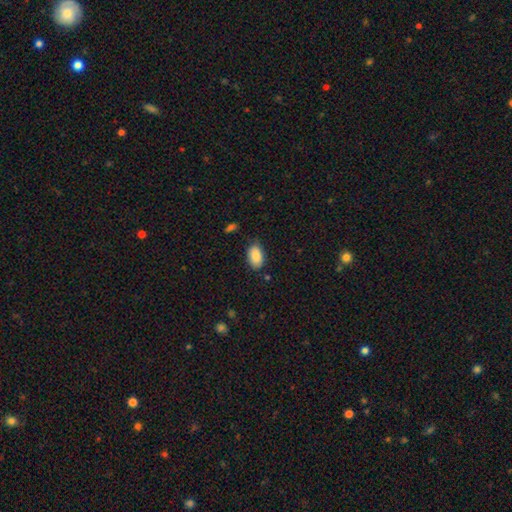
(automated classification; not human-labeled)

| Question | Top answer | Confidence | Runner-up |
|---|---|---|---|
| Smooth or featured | smooth | 87% | star or artifact (7%) |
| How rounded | in between | 92% | round (6%) |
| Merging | none | 77% | minor disturbance (18%) |